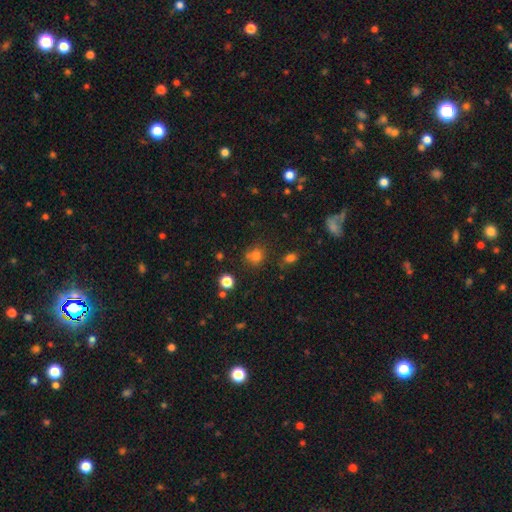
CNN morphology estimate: type=smooth (75%); roundness=round (79%); merging=none (69%).